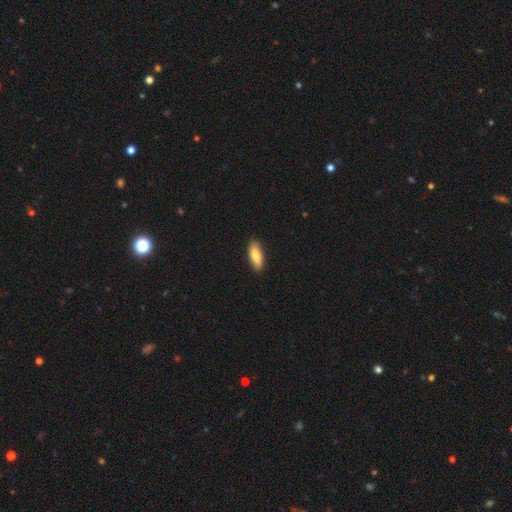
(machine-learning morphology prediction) A smooth galaxy with no disk features (83%) that is in between round and cigar-shaped (69%).

Vote fractions:
- Smooth or featured? smooth: 83% / featured or disk: 11% / star or artifact: 6%
- How rounded? in between: 69% / cigar-shaped: 29% / round: 2%
- Merging? none: 88% / minor disturbance: 10% / major disturbance: 2% / merger: 1%